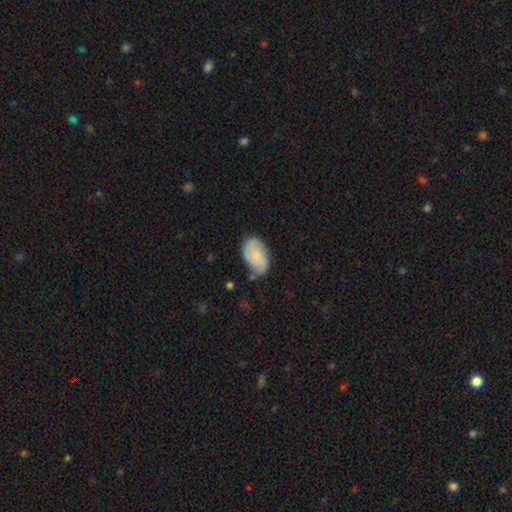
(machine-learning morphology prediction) This is possibly a smooth galaxy (60%). How rounded: clearly in between (91%). Merging: likely none (67%).